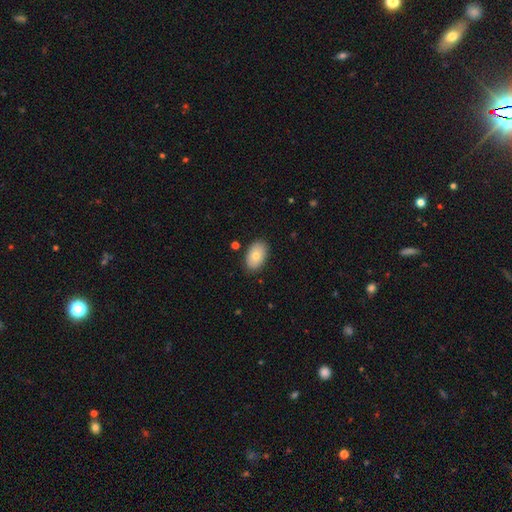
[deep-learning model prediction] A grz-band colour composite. It shows a smooth galaxy with no disk features (75%) that is in between round and cigar-shaped (90%). Merging: none (86%).